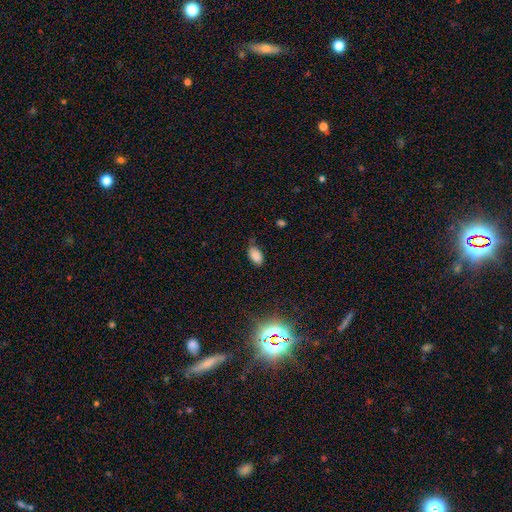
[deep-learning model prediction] Overall: smooth (85%). How rounded: in between (94%). Merging: none (71%).